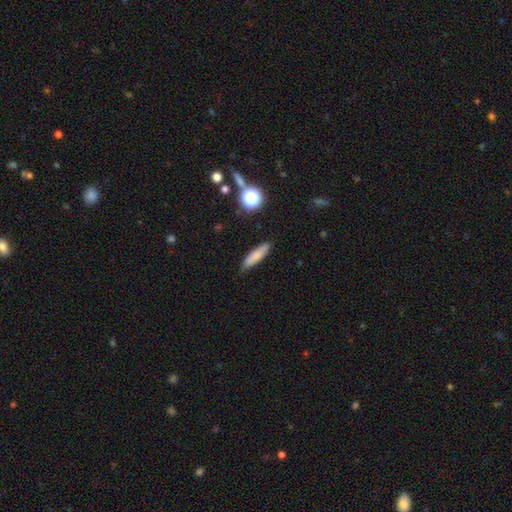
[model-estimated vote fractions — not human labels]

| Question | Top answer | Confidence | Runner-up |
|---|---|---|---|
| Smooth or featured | smooth | 78% | featured or disk (13%) |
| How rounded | cigar-shaped | 76% | in between (21%) |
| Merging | none | 81% | minor disturbance (14%) |